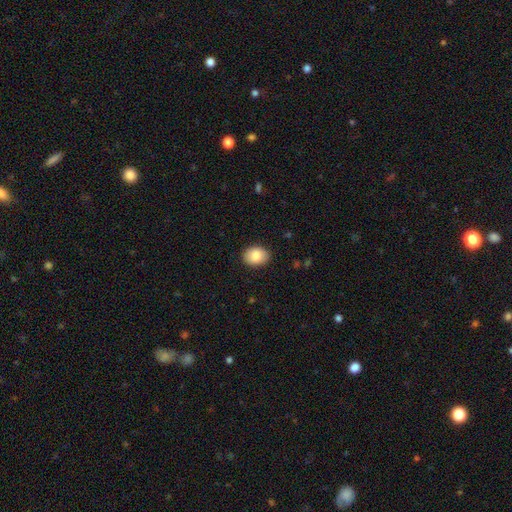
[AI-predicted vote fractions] This appears to be a smooth galaxy with no disk features (86%) that is in between round and cigar-shaped (68%). Merging: none (88%).